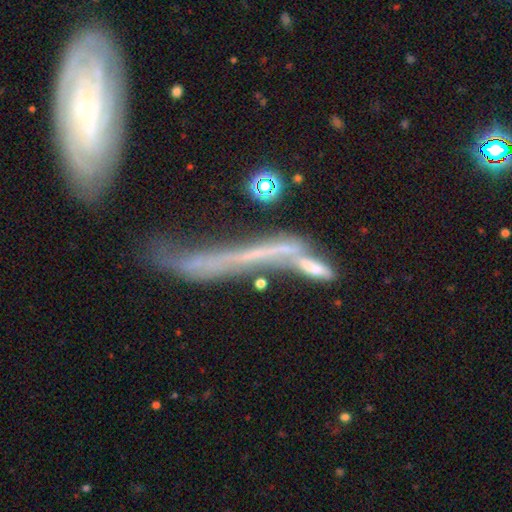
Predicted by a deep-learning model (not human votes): The model was most divided on "merging": none: 38%, merger: 26%, major disturbance: 18%, minor disturbance: 18%. More confident: edge-on disk — yes (59%); smooth or featured — featured or disk (57%).